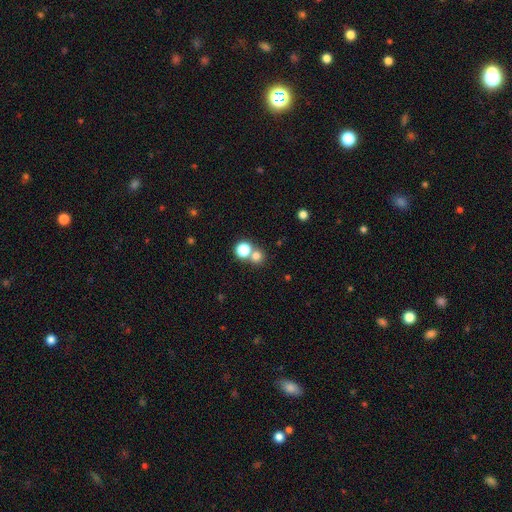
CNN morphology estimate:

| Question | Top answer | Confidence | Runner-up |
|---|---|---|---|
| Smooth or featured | smooth | 77% | star or artifact (15%) |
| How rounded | round | 88% | in between (11%) |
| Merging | none | 55% | merger (37%) |